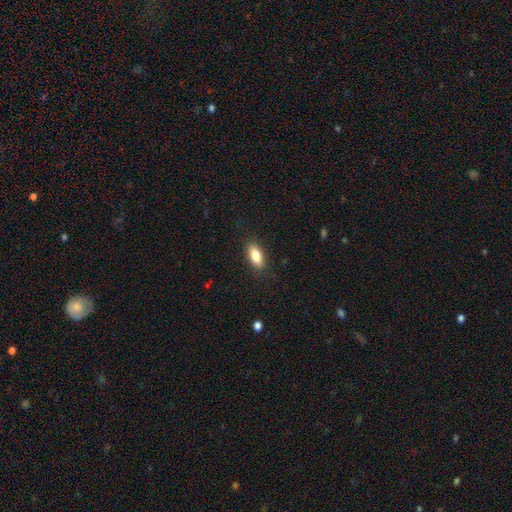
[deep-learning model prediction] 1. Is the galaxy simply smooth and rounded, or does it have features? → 82% smooth, 11% featured or disk, 7% star or artifact.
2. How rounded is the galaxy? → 82% in between, 15% cigar-shaped, 3% round.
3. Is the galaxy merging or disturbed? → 87% none, 10% minor disturbance, 2% major disturbance, 1% merger.